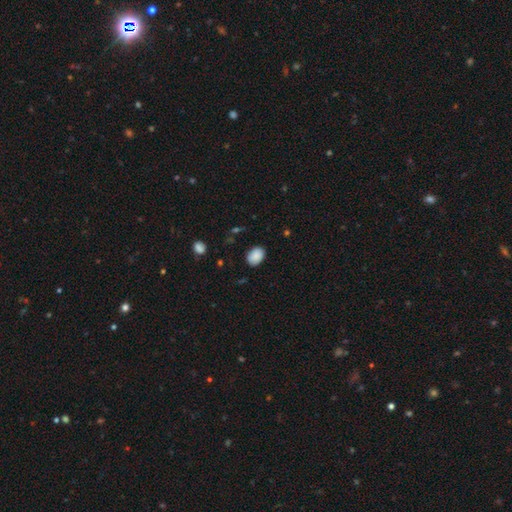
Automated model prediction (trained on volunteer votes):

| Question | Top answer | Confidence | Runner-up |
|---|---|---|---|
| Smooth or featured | smooth | 88% | star or artifact (8%) |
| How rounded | in between | 75% | round (24%) |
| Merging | none | 84% | minor disturbance (12%) |